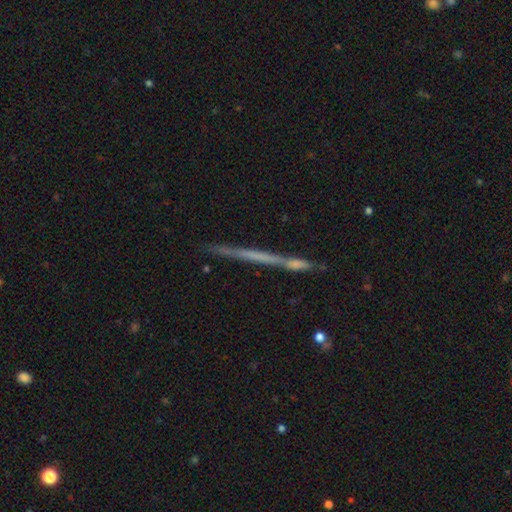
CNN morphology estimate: Overall: featured or disk (55%; smooth 36%). Edge-on disk: yes (95%). Edge-on bulge: none (81%). Merging: none (67%).